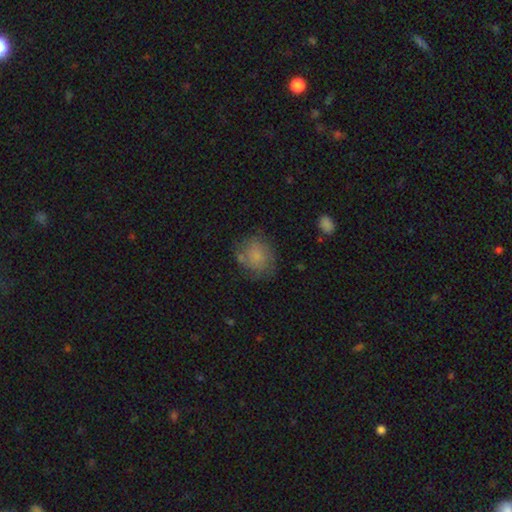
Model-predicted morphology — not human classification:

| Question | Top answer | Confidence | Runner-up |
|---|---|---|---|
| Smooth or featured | smooth | 67% | featured or disk (23%) |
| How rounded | round | 71% | in between (28%) |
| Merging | none | 61% | minor disturbance (23%) |